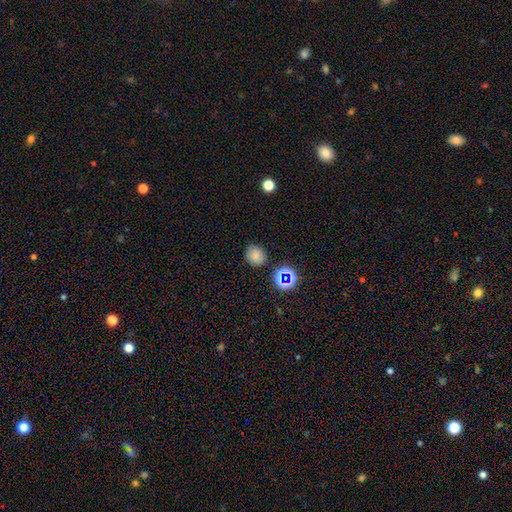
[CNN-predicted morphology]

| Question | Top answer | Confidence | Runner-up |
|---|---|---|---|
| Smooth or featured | smooth | 76% | star or artifact (18%) |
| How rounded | round | 75% | in between (24%) |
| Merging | none | 84% | minor disturbance (10%) |